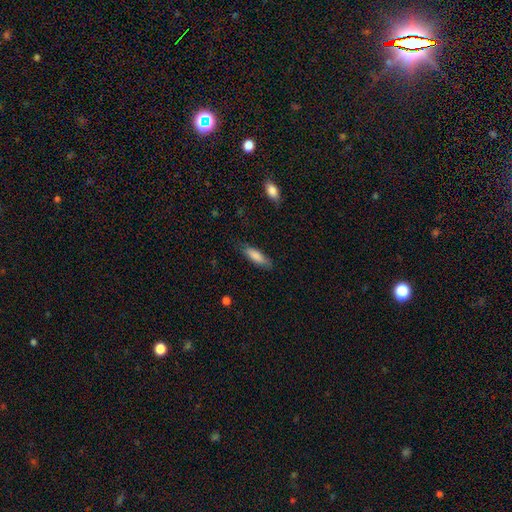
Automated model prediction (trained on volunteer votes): Smooth or featured? Predicted: smooth (p=0.84). How rounded? Predicted: in between (p=0.50). Merging? Predicted: none (p=0.80).